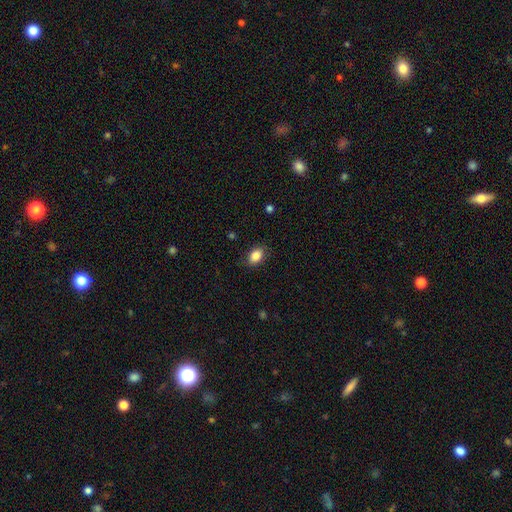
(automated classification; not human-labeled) A smooth galaxy with no disk features (86%) that is in between round and cigar-shaped (82%). Merging: none (83%).